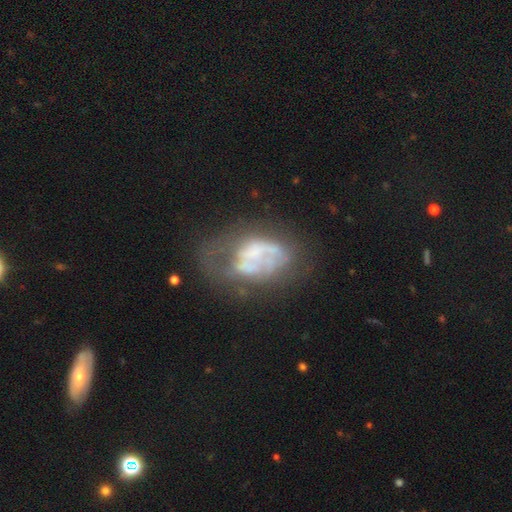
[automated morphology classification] Overall: featured or disk (64%; smooth 24%). Edge-on disk: no (97%). Bar: no (83%). Spiral arms: no (75%). Bulge size: none (67%). Merging: major disturbance (38%; none 30%).